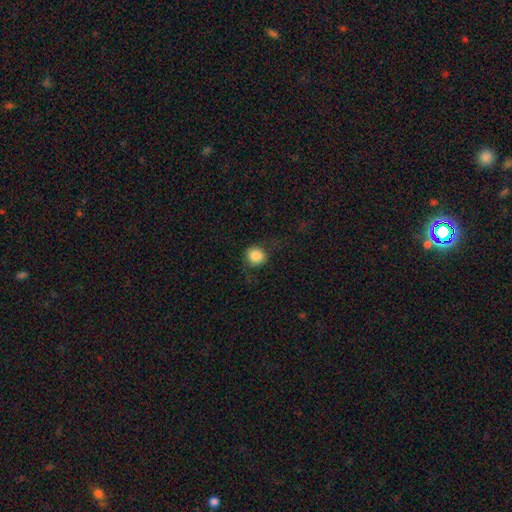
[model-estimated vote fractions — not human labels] Smooth or featured?
  - smooth: 83% *
  - star or artifact: 9%
  - featured or disk: 7%
How rounded?
  - round: 88% *
  - in between: 11%
  - cigar-shaped: 1%
Merging?
  - none: 73% *
  - minor disturbance: 17%
  - major disturbance: 9%
  - merger: 1%